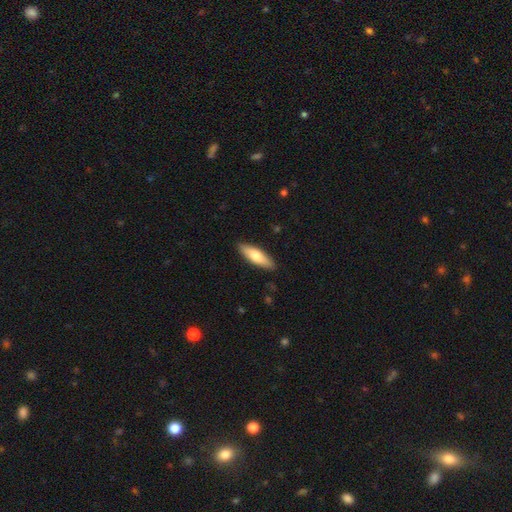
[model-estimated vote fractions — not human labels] Smooth or featured?
  - smooth: 71% *
  - featured or disk: 23%
  - star or artifact: 5%
How rounded?
  - in between: 49% * (tied)
  - cigar-shaped: 49% * (tied)
  - round: 2%
Merging?
  - none: 88% *
  - minor disturbance: 9%
  - major disturbance: 2%
  - merger: 1%